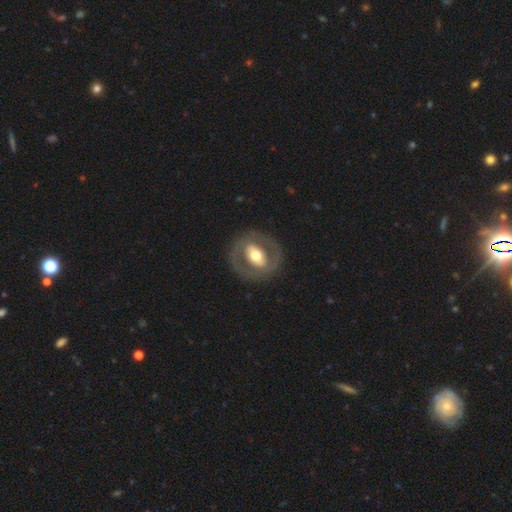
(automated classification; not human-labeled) A featured or disk galaxy (66%) with no bar (37%), no spiral arms (64%) and a moderate central bulge (63%). Merging: none (82%).